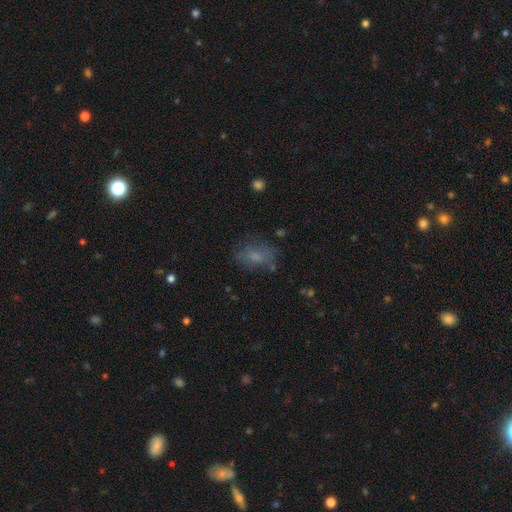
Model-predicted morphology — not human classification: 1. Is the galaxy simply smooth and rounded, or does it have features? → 62% smooth, 23% featured or disk, 14% star or artifact.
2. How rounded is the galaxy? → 74% in between, 23% round, 3% cigar-shaped.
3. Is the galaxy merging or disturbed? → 58% none, 23% minor disturbance, 15% major disturbance, 4% merger.